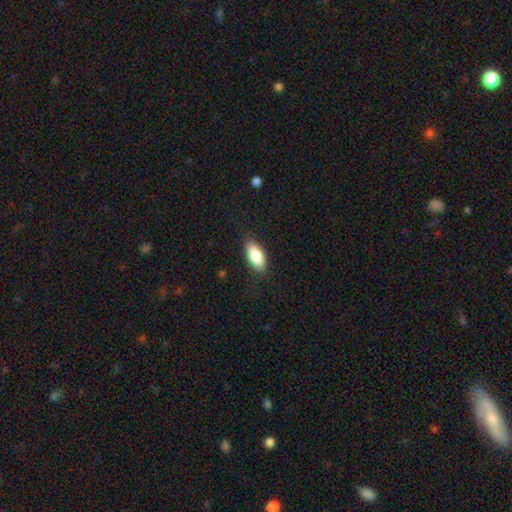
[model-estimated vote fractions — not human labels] smooth 83%, featured or disk 11%, star or artifact 6%. Down the decision tree: how rounded — in between (86%); merging — none (83%).